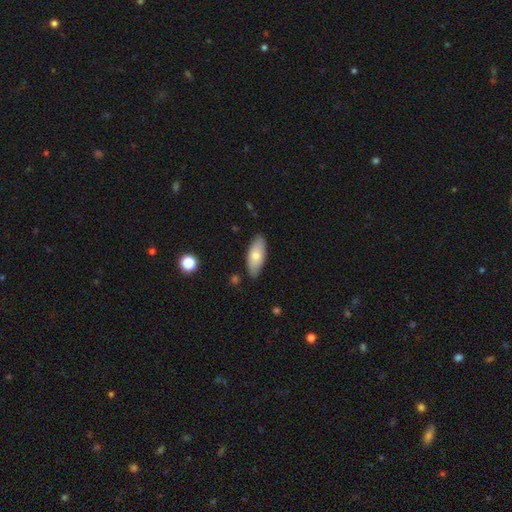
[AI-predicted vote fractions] Smooth or featured: smooth — 70% (featured or disk — 24%)
How rounded: in between — 82% (cigar-shaped — 15%)
Merging: none — 84% (minor disturbance — 13%)